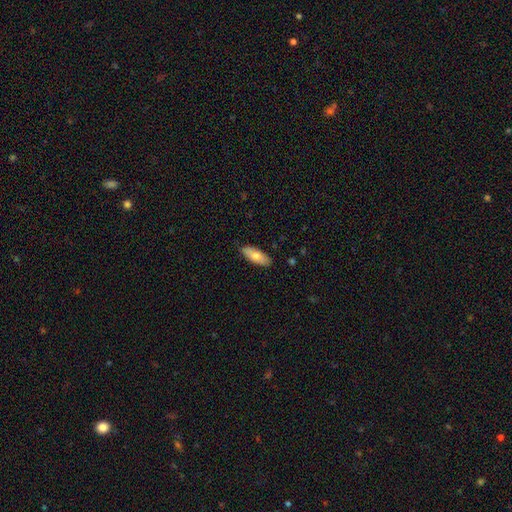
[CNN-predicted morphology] smooth 74%, featured or disk 20%, star or artifact 6%. Down the decision tree: how rounded — in between (72%); merging — none (88%).